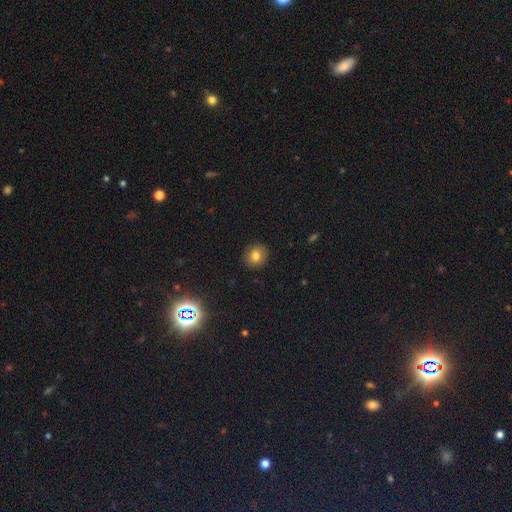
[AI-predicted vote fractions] Smooth or featured?
  - smooth: 78% *
  - star or artifact: 12%
  - featured or disk: 9%
How rounded?
  - round: 82% *
  - in between: 17%
  - cigar-shaped: 1%
Merging?
  - none: 90% *
  - minor disturbance: 7%
  - major disturbance: 2%
  - merger: 1%